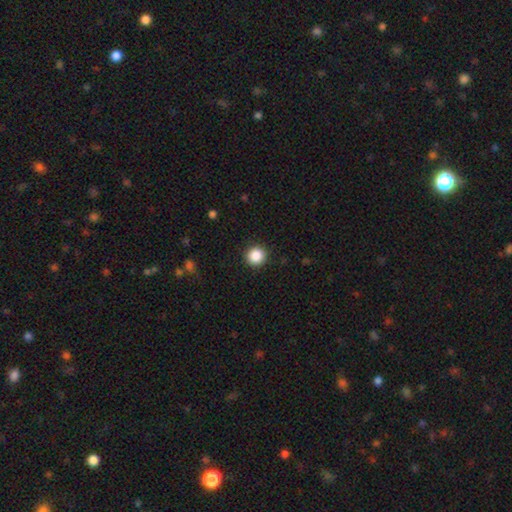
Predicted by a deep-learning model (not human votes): Smooth or featured? Predicted: smooth (p=0.87). How rounded? Predicted: round (p=0.95). Merging? Predicted: none (p=0.92).